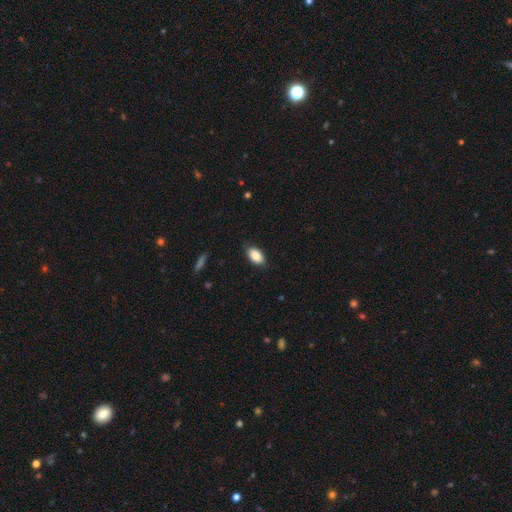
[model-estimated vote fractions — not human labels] Smooth or featured: smooth — 86% (featured or disk — 7%)
How rounded: in between — 93% (round — 4%)
Merging: none — 85% (minor disturbance — 12%)